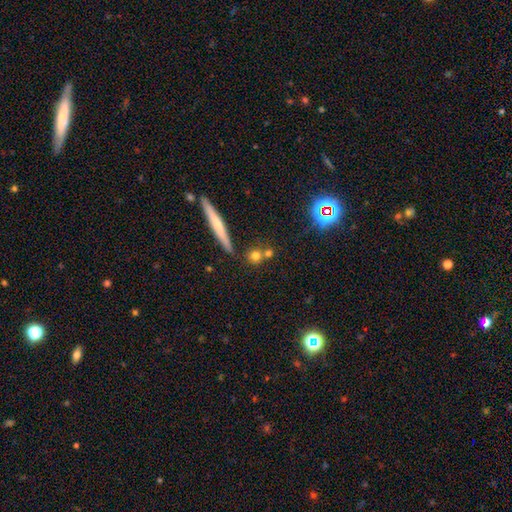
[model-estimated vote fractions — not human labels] Smooth or featured? Predicted: smooth (p=0.70). How rounded? Predicted: round (p=0.78). Merging? Predicted: none (p=0.61).